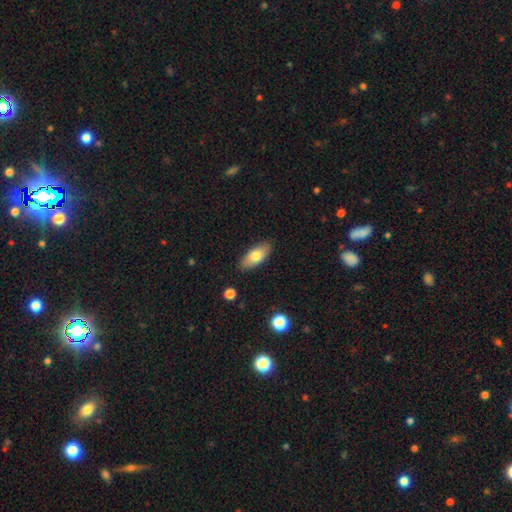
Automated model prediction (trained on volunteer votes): Overall: smooth (75%). How rounded: in between (84%). Merging: none (87%).